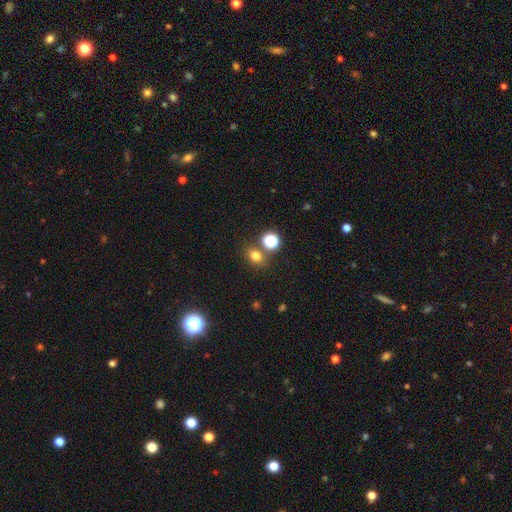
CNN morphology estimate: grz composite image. It shows a smooth galaxy with no disk features (75%) that is round (59%). Merging: none (71%).